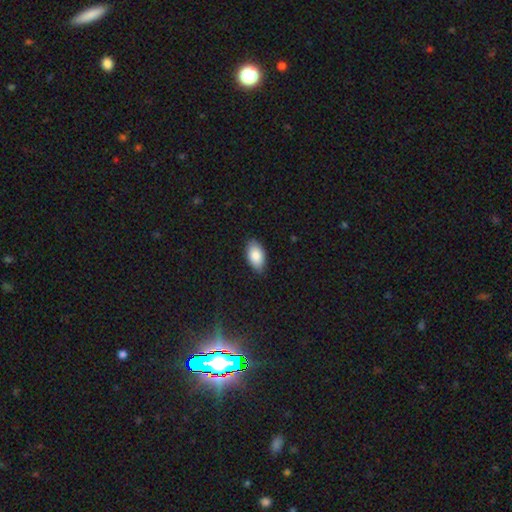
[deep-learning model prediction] The model was most divided on "merging": none: 86%, minor disturbance: 11%, major disturbance: 2%, merger: 1%. More confident: how rounded — in between (95%); smooth or featured — smooth (87%).